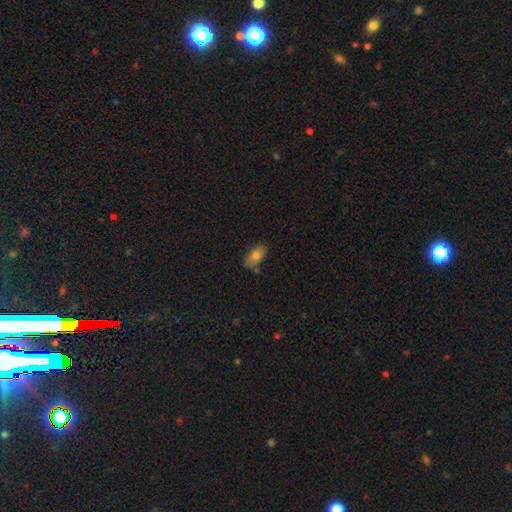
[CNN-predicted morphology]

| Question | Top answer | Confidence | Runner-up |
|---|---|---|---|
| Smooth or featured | smooth | 77% | featured or disk (15%) |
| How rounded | in between | 89% | round (7%) |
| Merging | none | 70% | minor disturbance (19%) |